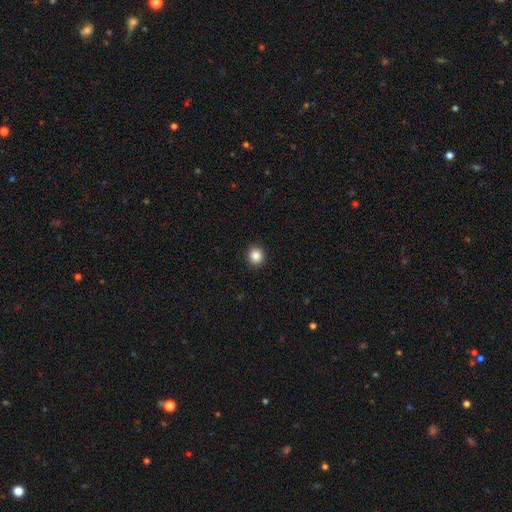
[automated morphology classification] The model was most divided on "smooth or featured": smooth: 86%, star or artifact: 10%, featured or disk: 4%. More confident: merging — none (93%); how rounded — round (90%).